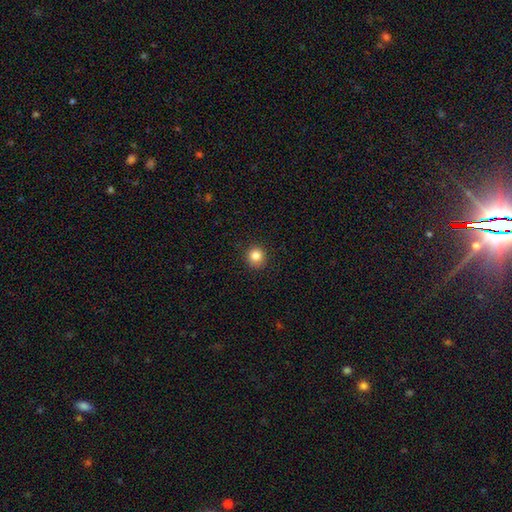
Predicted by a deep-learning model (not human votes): The model was most divided on "smooth or featured": smooth: 84%, star or artifact: 11%, featured or disk: 5%. More confident: how rounded — round (91%); merging — none (91%).